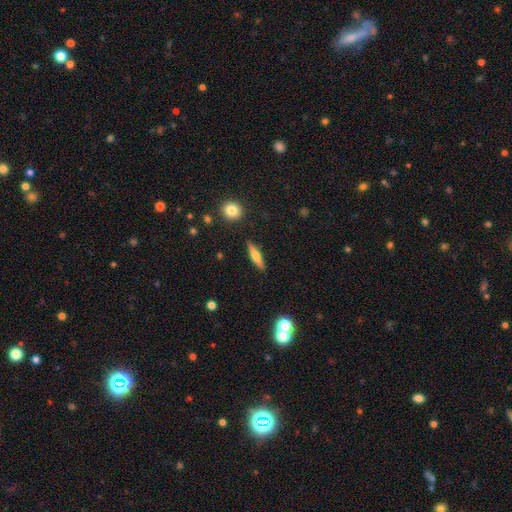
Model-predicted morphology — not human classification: Smooth or featured? Predicted: smooth (p=0.49). Merging? Predicted: none (p=0.89).